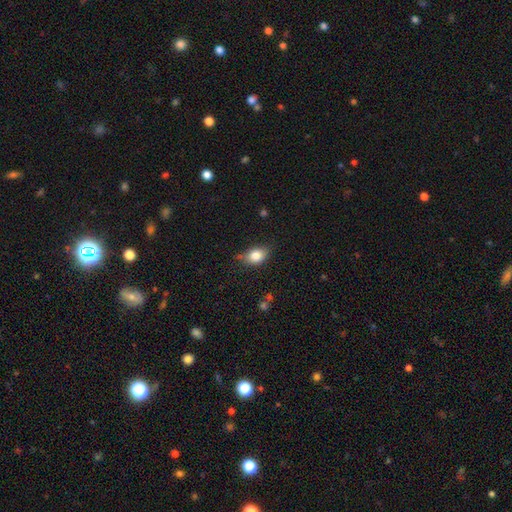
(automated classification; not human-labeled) This is clearly a smooth galaxy (82%). How rounded: likely in between (72%). Merging: likely none (69%).